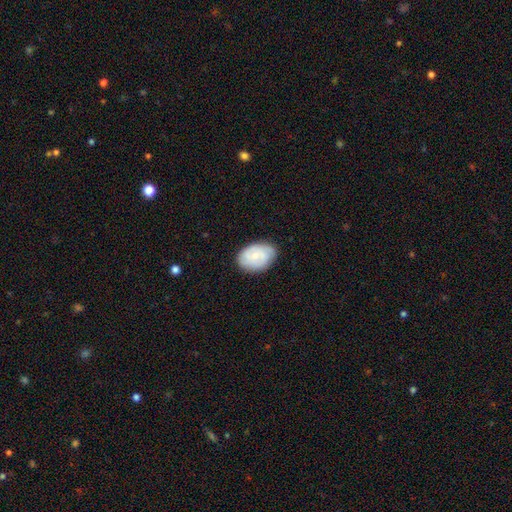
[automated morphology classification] smooth_or_featured: smooth (p=0.52) [alt: featured or disk p=0.41]
how_rounded: in between (p=0.84) [alt: round p=0.15]
merging: none (p=0.77) [alt: minor disturbance p=0.18]